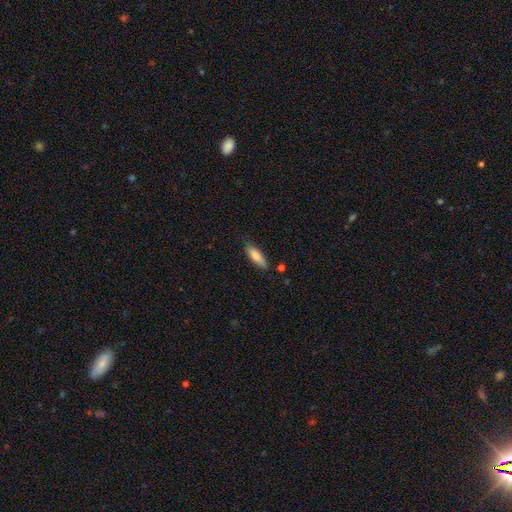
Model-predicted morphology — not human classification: Q: Smooth or featured?
A: smooth (76%); runner-up: featured or disk (18%)
Q: How rounded?
A: cigar-shaped (52%); runner-up: in between (47%)
Q: Merging?
A: none (81%); runner-up: minor disturbance (14%)